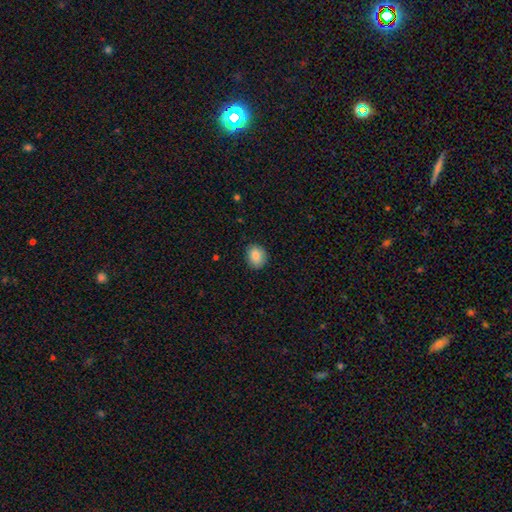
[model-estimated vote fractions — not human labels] smooth_or_featured: smooth (p=0.87) [alt: star or artifact p=0.08]
how_rounded: round (p=0.53) [alt: in between p=0.46]
merging: none (p=0.86) [alt: minor disturbance p=0.11]